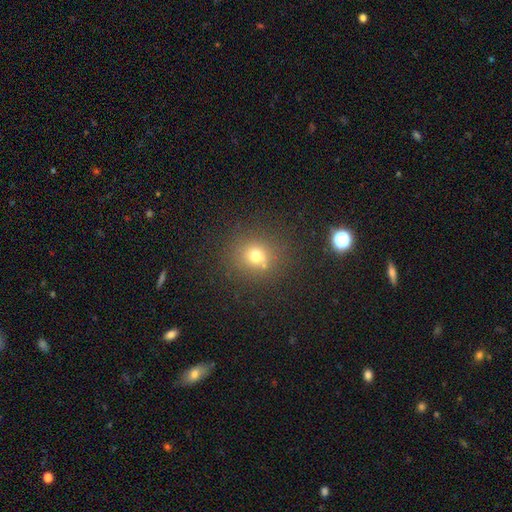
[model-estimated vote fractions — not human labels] smooth 69%, star or artifact 20%, featured or disk 11%. Down the decision tree: how rounded — round (84%); merging — none (73%).